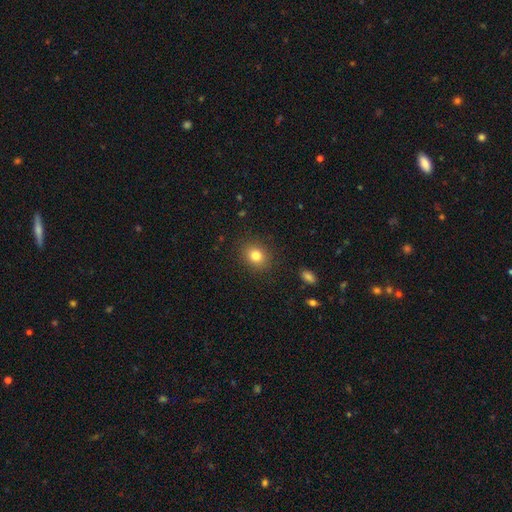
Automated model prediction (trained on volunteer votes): smooth_or_featured: smooth (p=0.81) [alt: star or artifact p=0.11]
how_rounded: round (p=0.62) [alt: in between p=0.37]
merging: none (p=0.88) [alt: minor disturbance p=0.08]